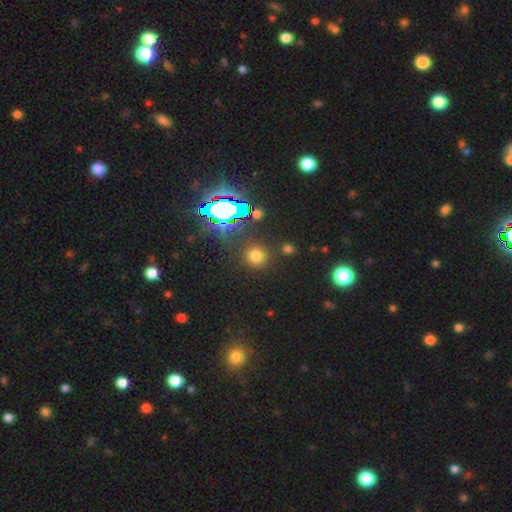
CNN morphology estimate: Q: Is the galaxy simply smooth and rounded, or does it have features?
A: smooth — 65%.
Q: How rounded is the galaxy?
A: round — 91%.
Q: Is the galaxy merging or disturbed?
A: none — 86%.